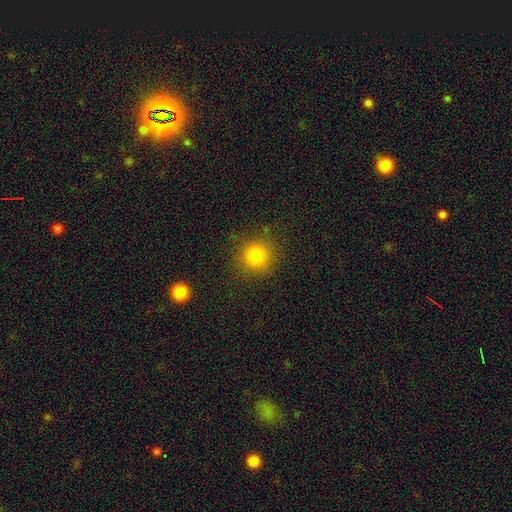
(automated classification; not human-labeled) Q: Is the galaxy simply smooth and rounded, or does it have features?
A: smooth — 81%.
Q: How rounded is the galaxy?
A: round — 93%.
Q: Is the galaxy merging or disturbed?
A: none — 88%.